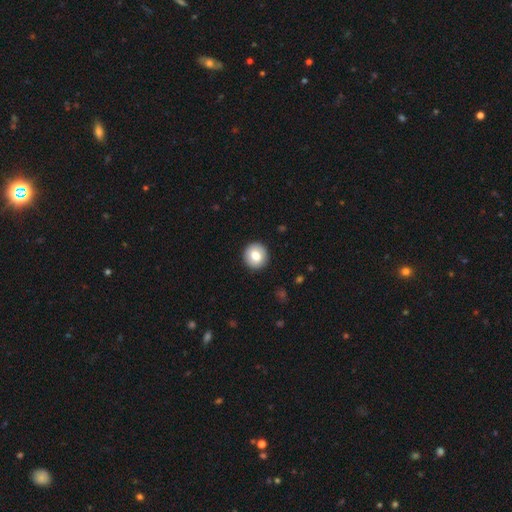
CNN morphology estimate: This is likely a smooth galaxy (78%). How rounded: clearly round (93%). Merging: clearly none (92%).